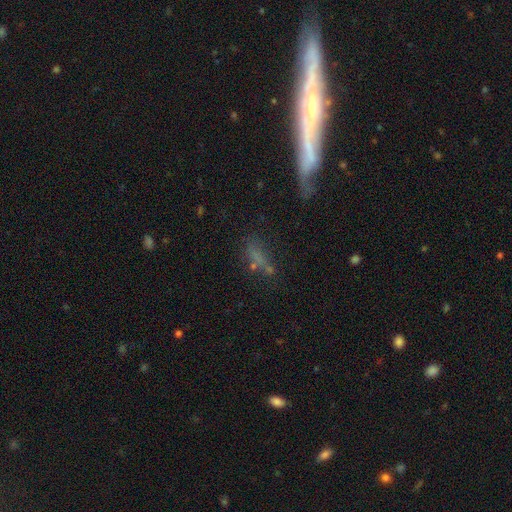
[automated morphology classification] A smooth galaxy with no disk features (45%).

Vote fractions:
- Smooth or featured? smooth: 45% / featured or disk: 34% / star or artifact: 21%
- Merging? none: 45% / major disturbance: 20% / minor disturbance: 20% / merger: 15%